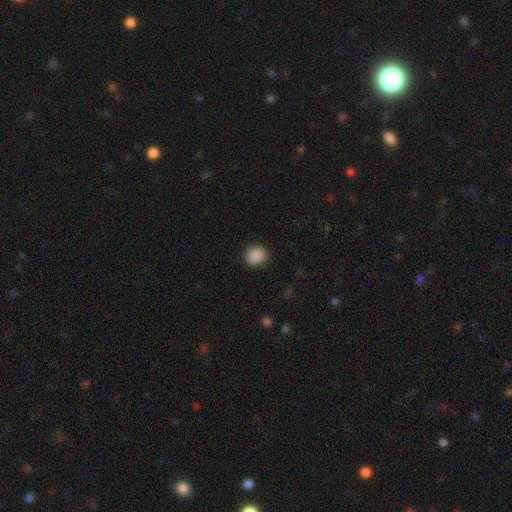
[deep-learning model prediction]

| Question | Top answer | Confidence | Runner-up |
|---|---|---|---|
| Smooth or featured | smooth | 88% | star or artifact (10%) |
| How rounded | round | 57% | in between (42%) |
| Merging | none | 86% | minor disturbance (10%) |